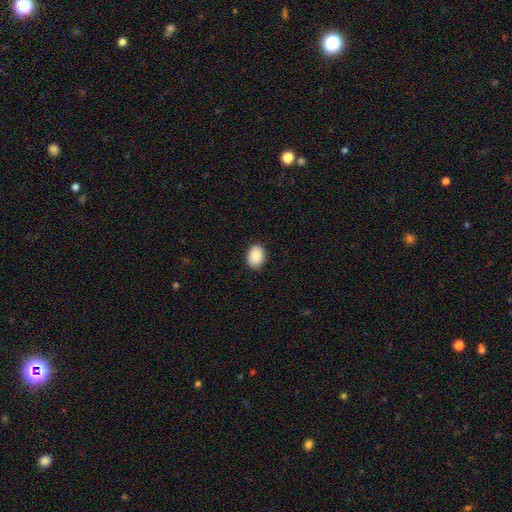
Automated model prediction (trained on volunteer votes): smooth-or-featured: smooth: 90% | star or artifact: 7% | featured or disk: 3%
  how-rounded: in between: 72% | round: 28% | cigar-shaped: 1%
  merging: none: 89% | minor disturbance: 8% | major disturbance: 2% | merger: 1%